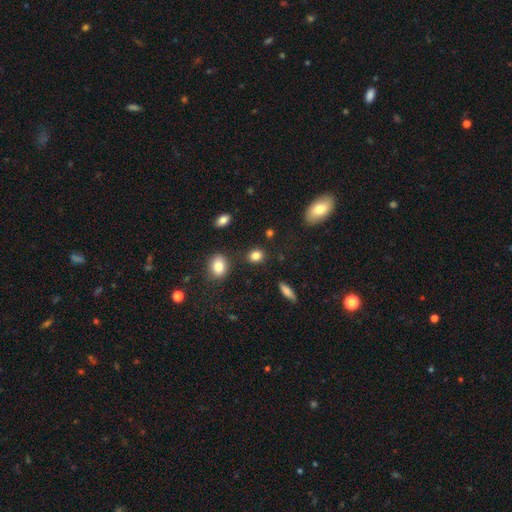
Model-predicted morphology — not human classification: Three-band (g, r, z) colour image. It shows a smooth galaxy with no disk features (84%) that is round (62%). Merging: none (83%).